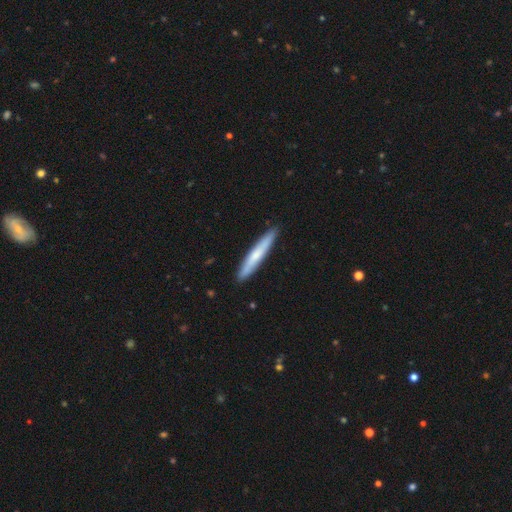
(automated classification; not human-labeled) This appears to be a smooth galaxy with no disk features (62%) that is cigar-shaped (95%). Merging: none (90%).